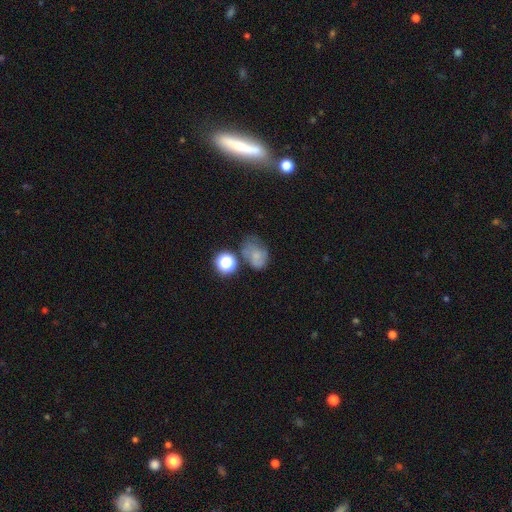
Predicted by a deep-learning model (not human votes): The model was most divided on "merging": none: 41%, minor disturbance: 30%, major disturbance: 18%, merger: 12%. More confident: how rounded — in between (65%); smooth or featured — smooth (54%).